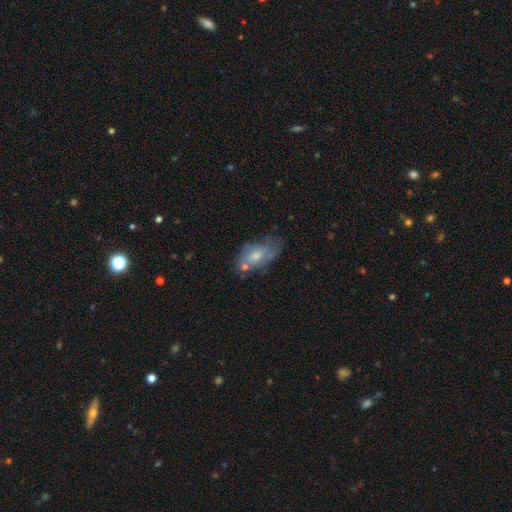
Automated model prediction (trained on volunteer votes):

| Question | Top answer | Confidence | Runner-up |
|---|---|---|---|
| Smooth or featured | smooth | 55% | featured or disk (37%) |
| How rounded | in between | 89% | round (6%) |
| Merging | none | 43% | minor disturbance (29%) |